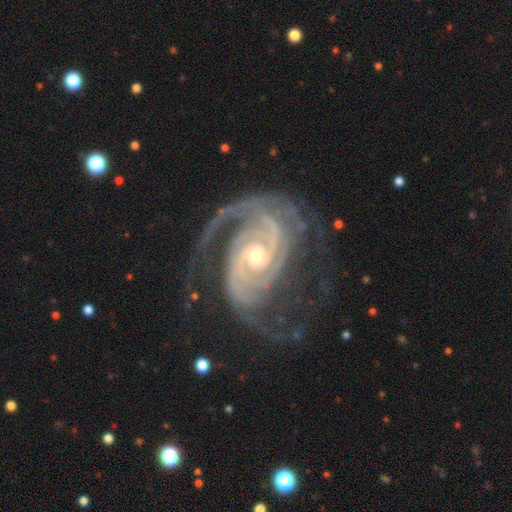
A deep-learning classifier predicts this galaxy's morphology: smooth-or-featured: featured or disk: 93% | star or artifact: 4% | smooth: 3%
  disk-edge-on: no: 98% | yes: 2%
    bar: no: 57% | weak: 31% | strong: 12%
    has-spiral-arms: yes: 98% | no: 2%
      spiral-winding: tight: 55% | medium: 38% | loose: 7%
      spiral-arm-count: 2: 60% | 3: 16% | can't tell: 9% | 4: 5% | 1: 5% | more than 4: 4%
    bulge-size: small: 50% | moderate: 45% | large: 3% | none: 1% | dominant: 1%
  merging: none: 63% | minor disturbance: 18% | major disturbance: 17% | merger: 2%